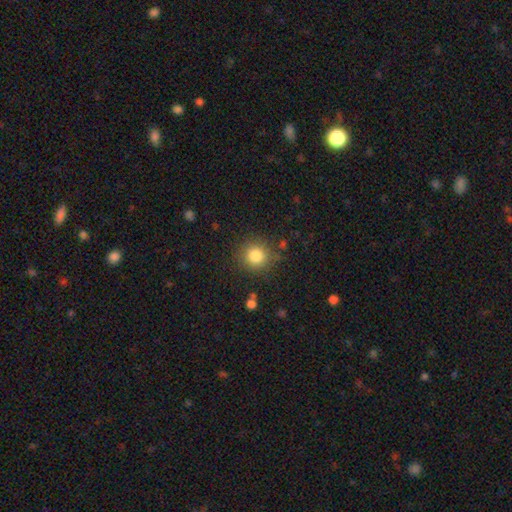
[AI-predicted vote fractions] Smooth or featured? Predicted: smooth (p=0.82). How rounded? Predicted: round (p=0.91). Merging? Predicted: none (p=0.85).